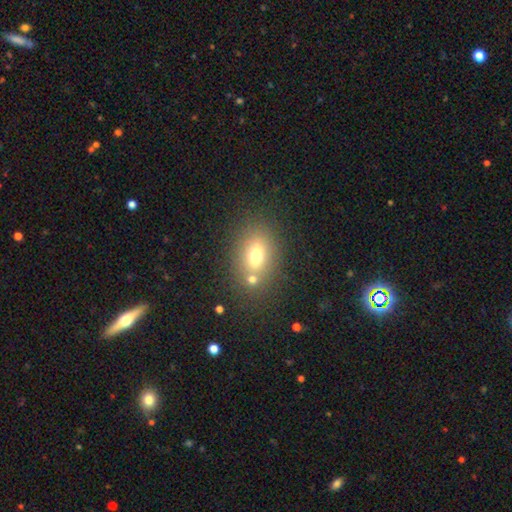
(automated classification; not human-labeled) Smooth or featured: smooth — 69% (featured or disk — 17%)
How rounded: in between — 74% (round — 23%)
Merging: none — 65% (merger — 19%)